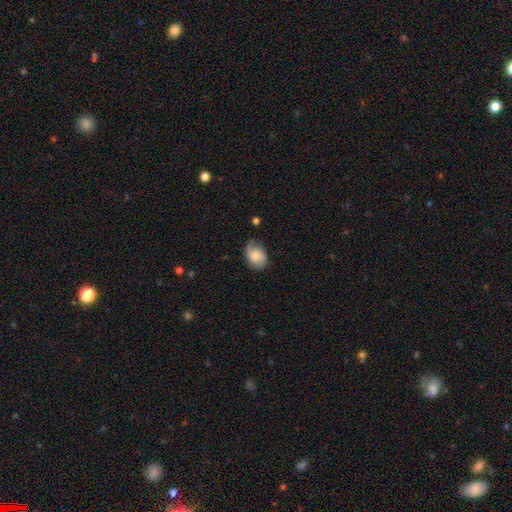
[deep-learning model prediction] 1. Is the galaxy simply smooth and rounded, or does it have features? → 58% smooth, 34% featured or disk, 8% star or artifact.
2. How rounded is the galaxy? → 75% in between, 24% round, 1% cigar-shaped.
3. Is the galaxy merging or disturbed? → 60% none, 29% minor disturbance, 9% major disturbance, 2% merger.